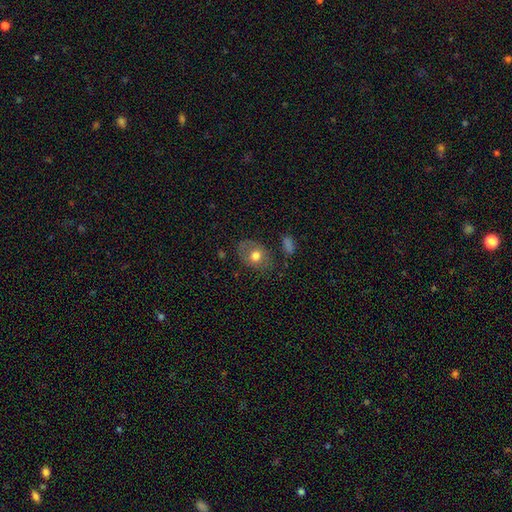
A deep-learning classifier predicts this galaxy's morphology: The model was most divided on "how rounded": in between: 65%, round: 34%, cigar-shaped: 1%. More confident: merging — none (67%); smooth or featured — smooth (66%).